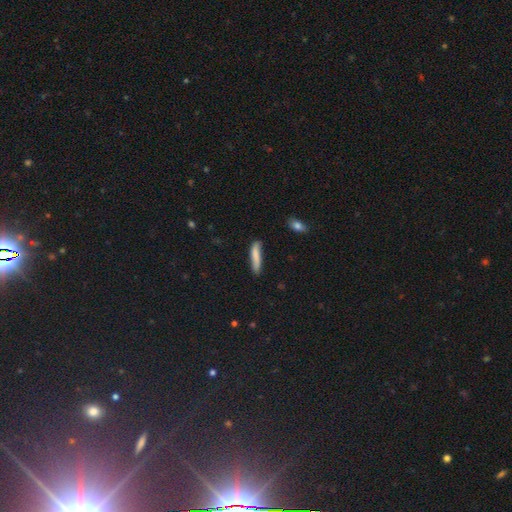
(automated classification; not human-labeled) Smooth or featured?
  - smooth: 80% *
  - featured or disk: 14%
  - star or artifact: 6%
How rounded?
  - cigar-shaped: 87% *
  - in between: 12%
  - round: 1%
Merging?
  - none: 75% *
  - minor disturbance: 19%
  - major disturbance: 3%
  - merger: 3%